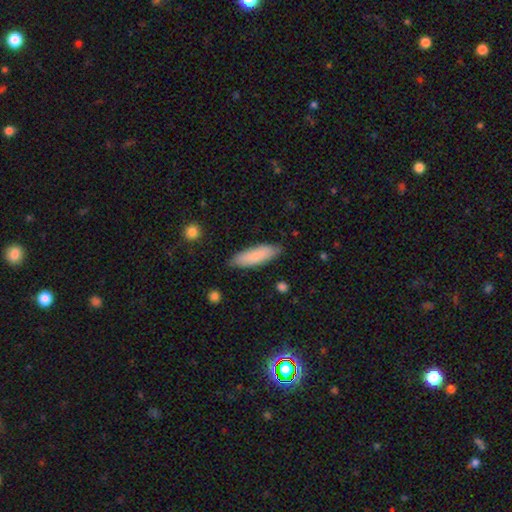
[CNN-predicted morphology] smooth-or-featured: smooth: 85% | featured or disk: 9% | star or artifact: 6%
  how-rounded: cigar-shaped: 50% | in between: 49% | round: 2%
  merging: none: 85% | minor disturbance: 12% | major disturbance: 2% | merger: 1%